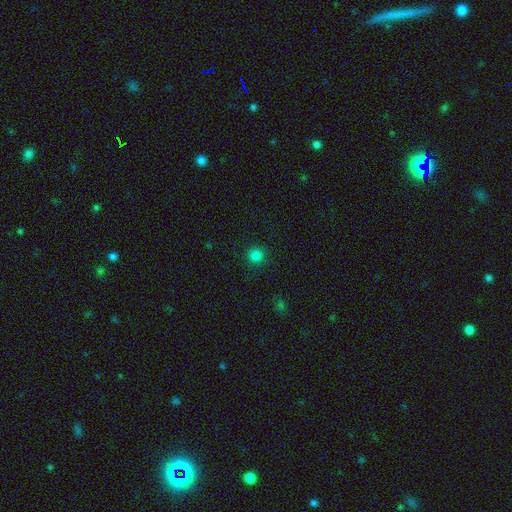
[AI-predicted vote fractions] Morphology: type=smooth (82%); roundness=round (94%); merging=none (91%).